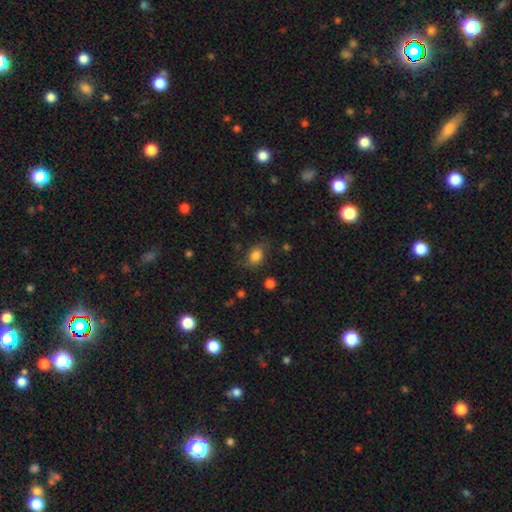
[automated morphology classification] Smooth or featured: smooth — 79% (star or artifact — 11%)
How rounded: in between — 71% (round — 28%)
Merging: none — 70% (minor disturbance — 21%)